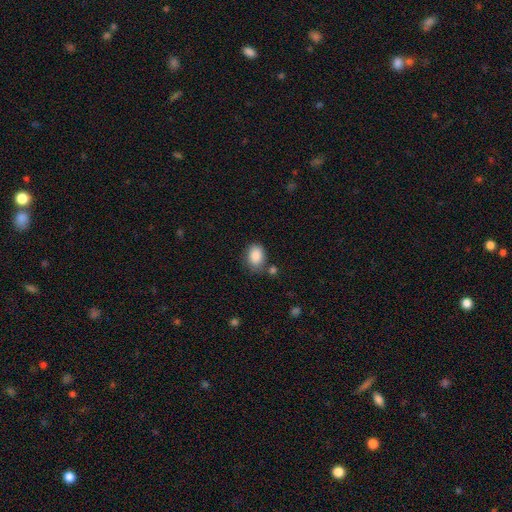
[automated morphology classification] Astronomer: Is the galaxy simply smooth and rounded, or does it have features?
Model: smooth — 88%.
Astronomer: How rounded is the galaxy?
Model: in between — 73%.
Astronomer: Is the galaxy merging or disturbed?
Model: none — 68%.